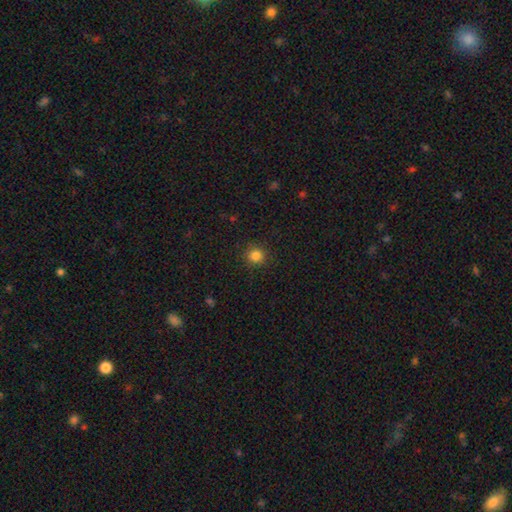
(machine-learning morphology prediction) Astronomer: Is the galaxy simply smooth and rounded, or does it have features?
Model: smooth — 84%.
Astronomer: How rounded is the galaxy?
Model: round — 94%.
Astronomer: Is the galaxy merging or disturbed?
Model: none — 91%.